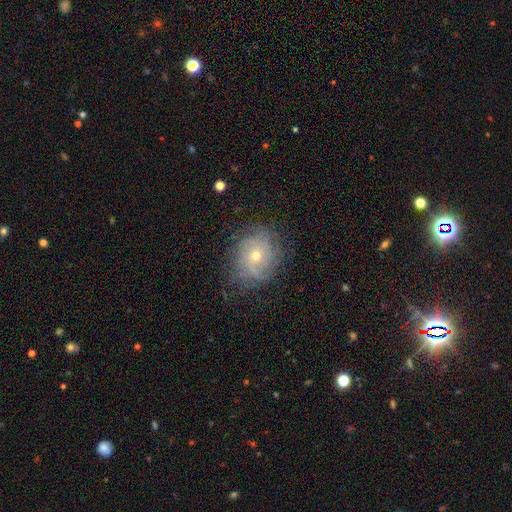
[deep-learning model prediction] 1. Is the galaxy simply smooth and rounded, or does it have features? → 63% featured or disk, 26% smooth, 11% star or artifact.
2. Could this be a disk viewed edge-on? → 96% no, 4% yes.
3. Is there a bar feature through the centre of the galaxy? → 80% no, 17% weak, 3% strong.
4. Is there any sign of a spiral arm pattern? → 83% yes, 17% no.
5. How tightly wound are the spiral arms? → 62% tight, 27% medium, 12% loose.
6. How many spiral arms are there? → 53% can't tell, 15% 2, 12% 3, 9% 4, 6% more than 4, 5% 1.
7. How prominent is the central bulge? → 56% small, 41% moderate, 2% large, 1% none, 1% dominant.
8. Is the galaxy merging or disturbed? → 75% none, 17% minor disturbance, 7% major disturbance, 1% merger.